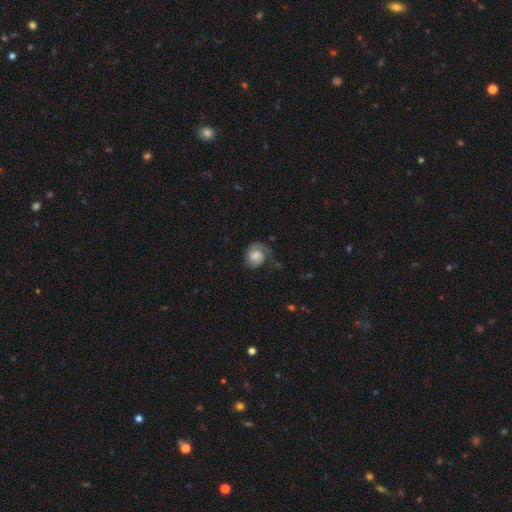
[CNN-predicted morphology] This is possibly a featured or disk galaxy (54%). It is clearly not viewed edge-on (98%). Bar: likely no (66%). Spiral arm pattern: clearly yes (90%). Central bulge: marginally large (30%). Merging: possibly none (51%).